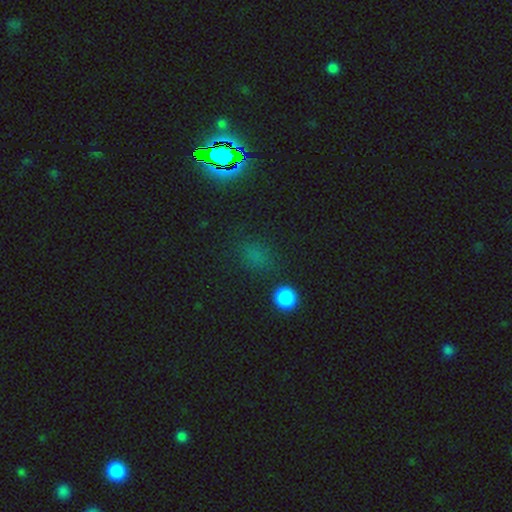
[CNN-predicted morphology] Q: Smooth or featured?
A: smooth (53%); runner-up: star or artifact (41%)
Q: How rounded?
A: round (70%); runner-up: in between (27%)
Q: Merging?
A: none (81%); runner-up: minor disturbance (11%)